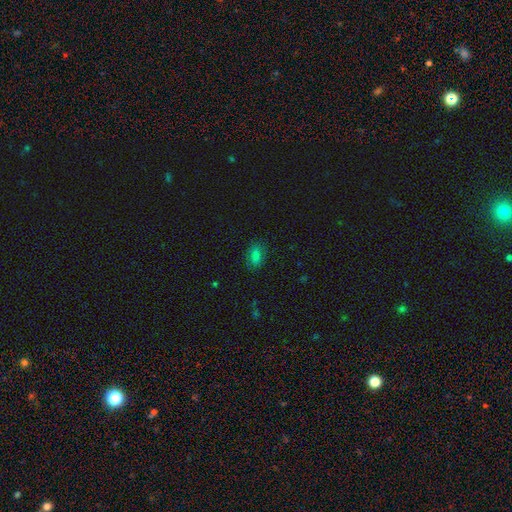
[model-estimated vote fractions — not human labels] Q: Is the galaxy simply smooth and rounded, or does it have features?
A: smooth — 79%.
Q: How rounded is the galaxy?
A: in between — 88%.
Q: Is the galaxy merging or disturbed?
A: none — 81%.